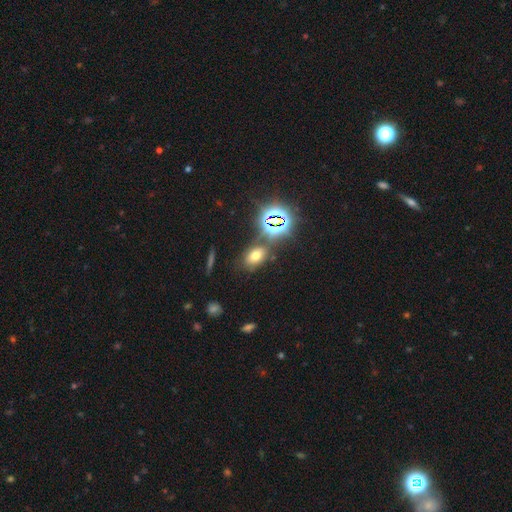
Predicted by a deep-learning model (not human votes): smooth_or_featured: smooth (p=0.58) [alt: star or artifact p=0.31]
how_rounded: in between (p=0.80) [alt: round p=0.17]
merging: none (p=0.73) [alt: minor disturbance p=0.12]